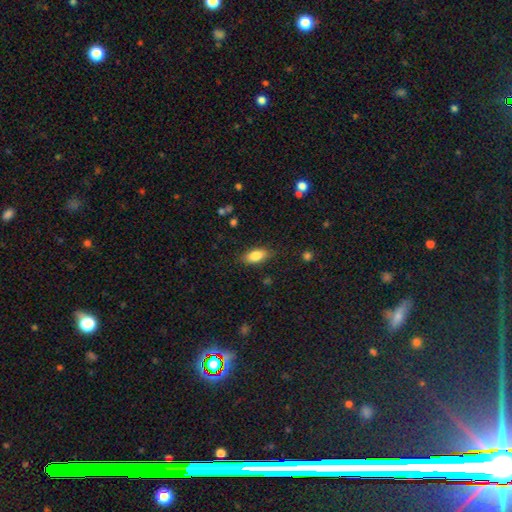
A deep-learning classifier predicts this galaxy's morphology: This appears to be a smooth galaxy with no disk features (83%) that is in between round and cigar-shaped (87%). Merging: none (83%).